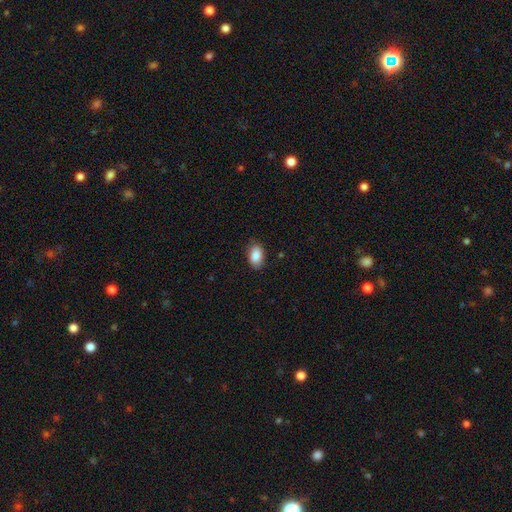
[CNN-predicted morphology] Smooth or featured?
  - smooth: 87% *
  - star or artifact: 7%
  - featured or disk: 6%
How rounded?
  - in between: 90% *
  - round: 9%
  - cigar-shaped: 1%
Merging?
  - none: 85% *
  - minor disturbance: 12%
  - major disturbance: 2%
  - merger: 1%